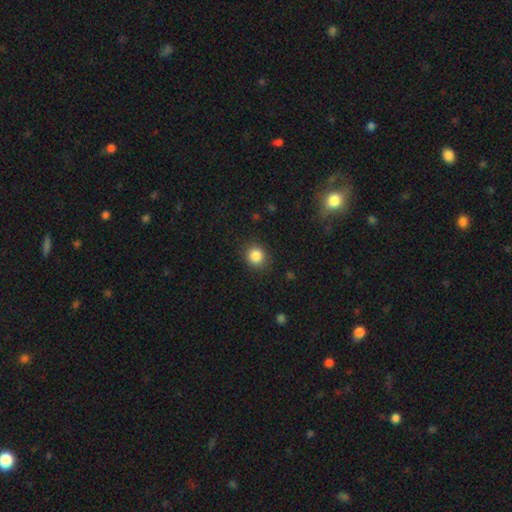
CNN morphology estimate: smooth-or-featured: smooth: 86% | star or artifact: 10% | featured or disk: 4%
  how-rounded: round: 85% | in between: 14% | cigar-shaped: 1%
  merging: none: 88% | minor disturbance: 8% | major disturbance: 3% | merger: 1%